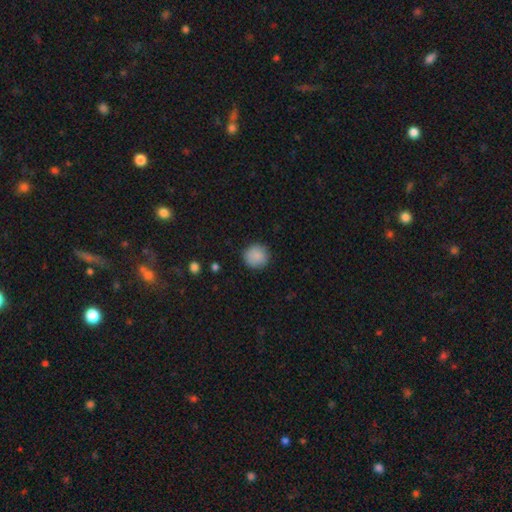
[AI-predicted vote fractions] Q: Smooth or featured?
A: smooth (88%); runner-up: star or artifact (8%)
Q: How rounded?
A: round (92%); runner-up: in between (7%)
Q: Merging?
A: none (87%); runner-up: minor disturbance (9%)